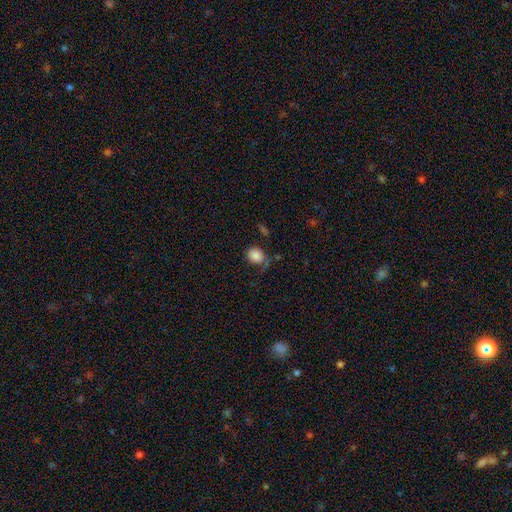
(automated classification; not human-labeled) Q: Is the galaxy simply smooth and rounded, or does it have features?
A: smooth — 83%.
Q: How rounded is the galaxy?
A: round — 62%.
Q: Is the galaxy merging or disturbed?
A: none — 60%.